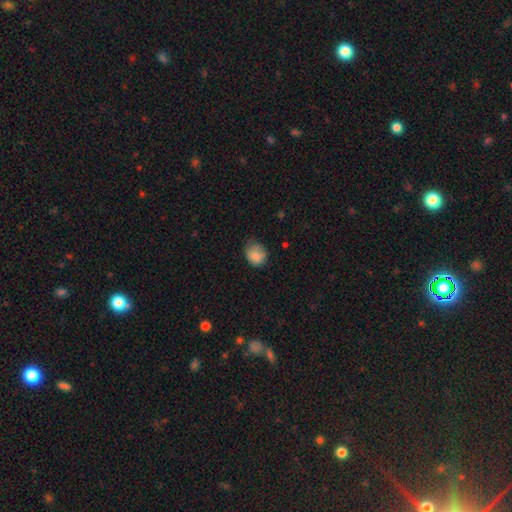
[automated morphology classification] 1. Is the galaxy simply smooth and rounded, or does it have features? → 84% smooth, 9% star or artifact, 8% featured or disk.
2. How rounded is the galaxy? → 53% round, 46% in between, 1% cigar-shaped.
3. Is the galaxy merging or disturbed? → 56% none, 33% minor disturbance, 9% major disturbance, 2% merger.